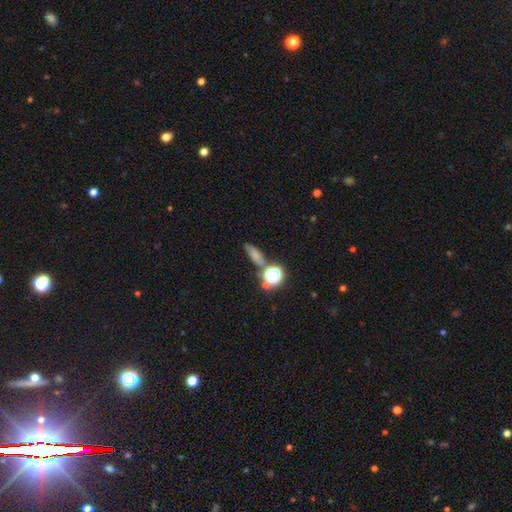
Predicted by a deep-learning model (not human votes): This is likely a smooth galaxy (63%). How rounded: possibly in between (49%). Merging: likely none (67%).